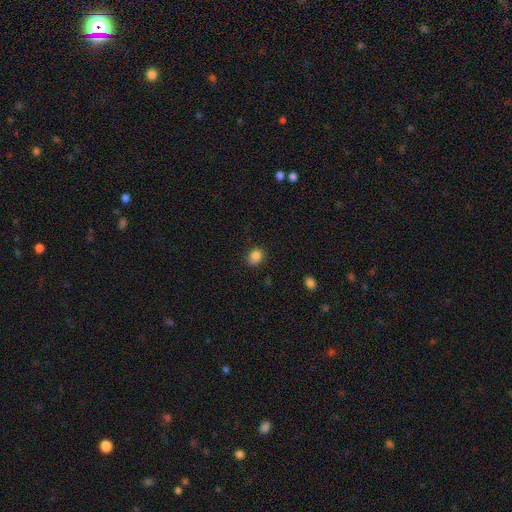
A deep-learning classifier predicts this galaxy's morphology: Smooth or featured?
  - smooth: 84% *
  - star or artifact: 10%
  - featured or disk: 6%
How rounded?
  - round: 52% *
  - in between: 47%
  - cigar-shaped: 1%
Merging?
  - none: 68% *
  - minor disturbance: 25%
  - major disturbance: 6%
  - merger: 2%